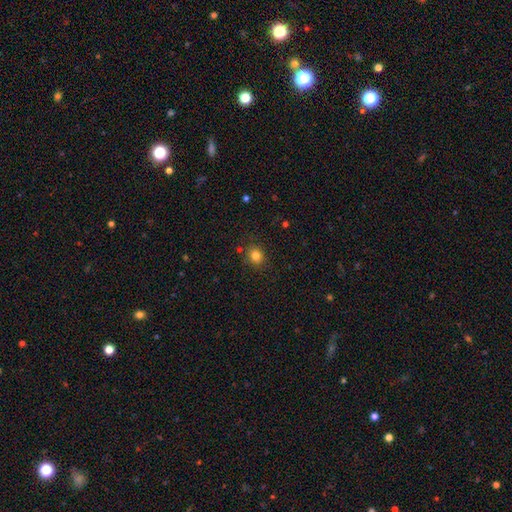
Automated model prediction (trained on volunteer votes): The model was most divided on "how rounded": round: 80%, in between: 20%, cigar-shaped: 1%. More confident: merging — none (85%); smooth or featured — smooth (82%).